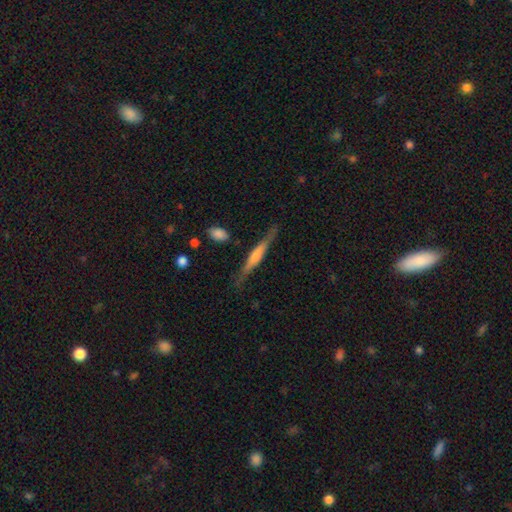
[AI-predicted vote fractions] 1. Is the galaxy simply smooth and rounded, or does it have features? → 61% featured or disk, 33% smooth, 6% star or artifact.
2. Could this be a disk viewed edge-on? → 96% yes, 4% no.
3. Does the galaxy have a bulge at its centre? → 63% rounded, 22% boxy, 16% none.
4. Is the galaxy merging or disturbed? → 80% none, 14% minor disturbance, 3% major disturbance, 2% merger.